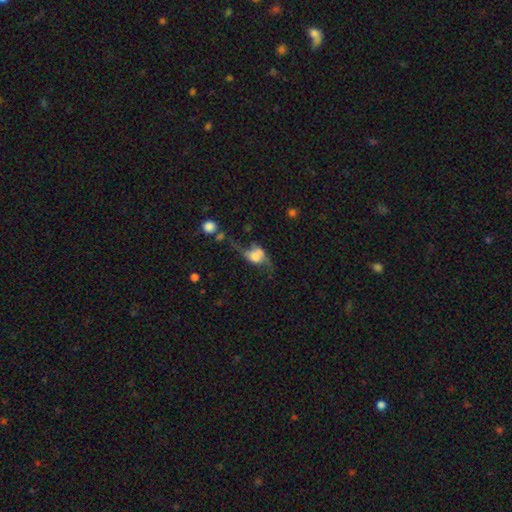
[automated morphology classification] smooth-or-featured: featured or disk: 54% | smooth: 36% | star or artifact: 10%
  disk-edge-on: no: 83% | yes: 17%
  merging: none: 32% | major disturbance: 29% | merger: 20% | minor disturbance: 19%